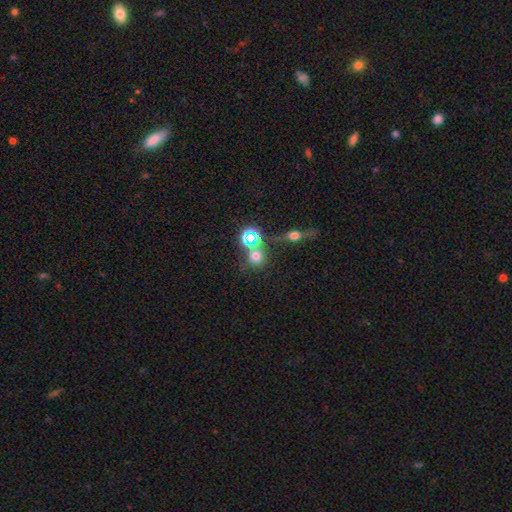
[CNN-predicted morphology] Overall: smooth (63%; star or artifact 26%). How rounded: round (87%). Merging: none (66%).